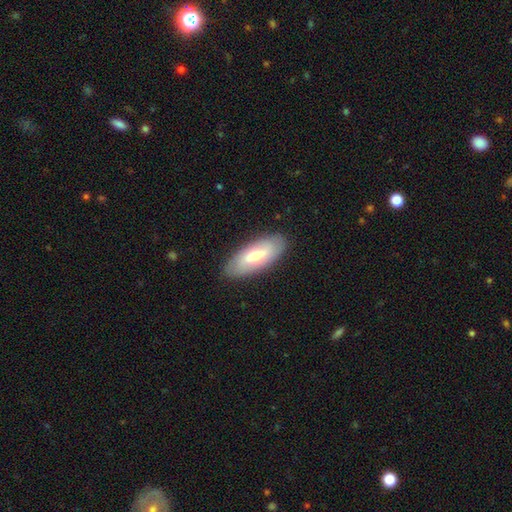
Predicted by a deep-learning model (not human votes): A smooth galaxy with no disk features (57%) that is in between round and cigar-shaped (81%). Merging: none (87%).